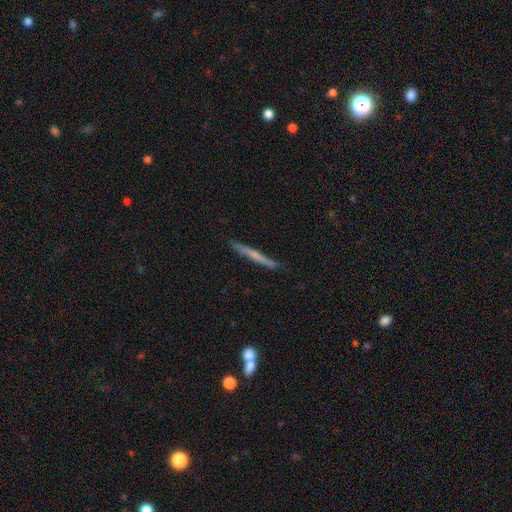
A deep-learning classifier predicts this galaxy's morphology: Smooth or featured? featured or disk (48%)
Merging? none (87%)